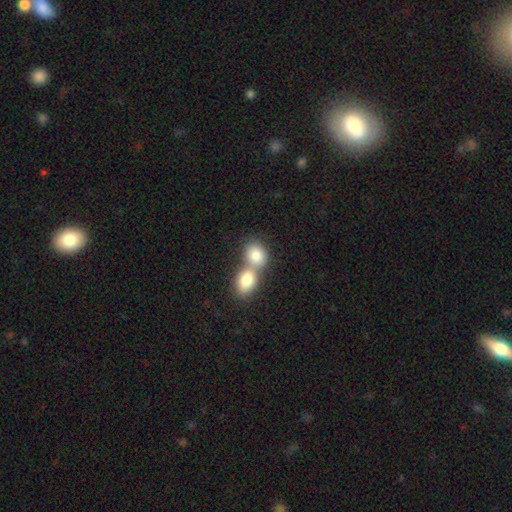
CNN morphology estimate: This appears to be a smooth galaxy with no disk features (81%) that is in between round and cigar-shaped (55%). Merging: merger (67%).